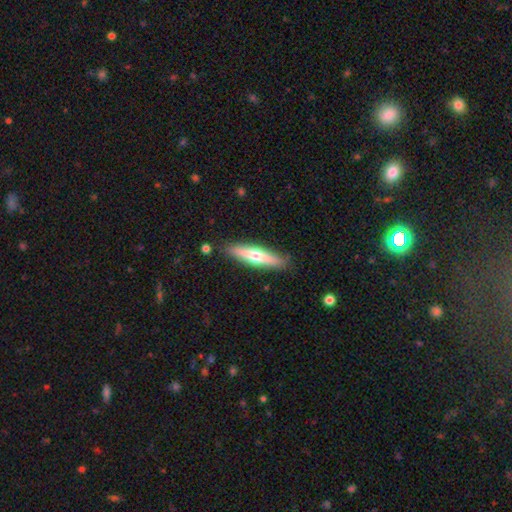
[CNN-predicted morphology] Smooth or featured? smooth (49%)
Merging? none (87%)